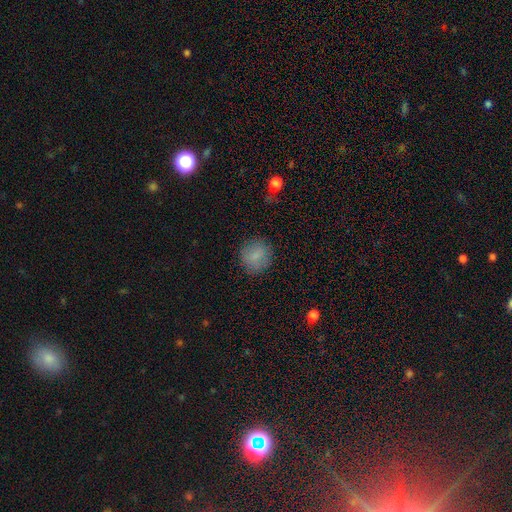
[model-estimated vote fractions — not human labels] This is clearly a smooth galaxy (82%). How rounded: clearly round (85%). Merging: clearly none (85%).